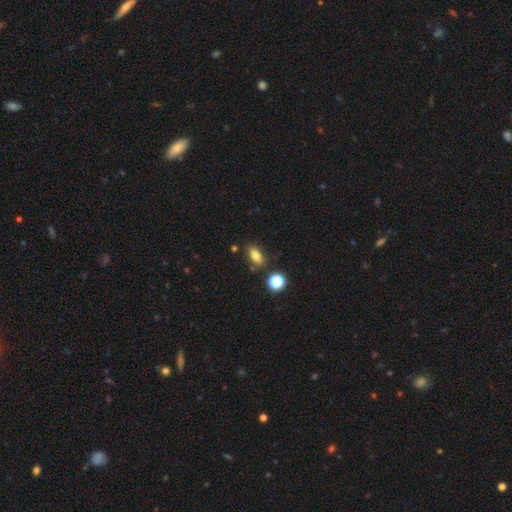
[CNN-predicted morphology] smooth_or_featured: smooth (p=0.76) [alt: featured or disk p=0.13]
how_rounded: in between (p=0.81) [alt: round p=0.10]
merging: none (p=0.78) [alt: minor disturbance p=0.12]